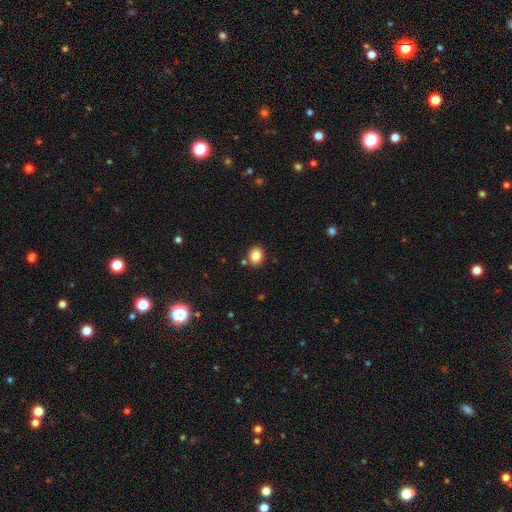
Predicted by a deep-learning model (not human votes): smooth_or_featured: smooth (p=0.85) [alt: star or artifact p=0.09]
how_rounded: round (p=0.54) [alt: in between p=0.46]
merging: none (p=0.83) [alt: minor disturbance p=0.09]